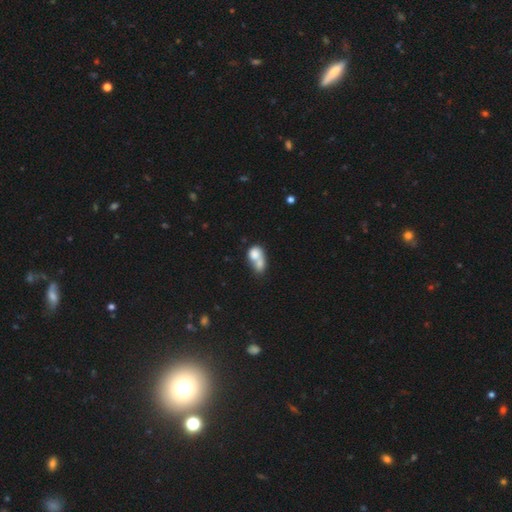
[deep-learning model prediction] A smooth galaxy with no disk features (74%) that is in between round and cigar-shaped (54%). Merging: merger (71%).